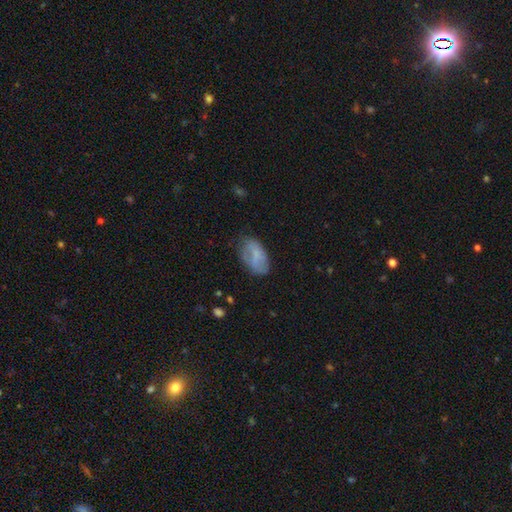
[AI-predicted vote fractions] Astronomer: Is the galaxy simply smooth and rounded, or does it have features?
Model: smooth — 64%.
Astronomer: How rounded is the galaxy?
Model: in between — 92%.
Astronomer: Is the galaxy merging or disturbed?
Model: none — 59%.